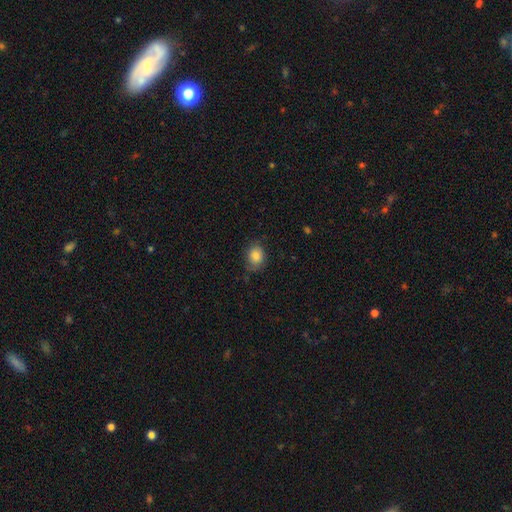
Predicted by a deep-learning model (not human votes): Smooth or featured?
  - smooth: 83% *
  - featured or disk: 9%
  - star or artifact: 8%
How rounded?
  - in between: 52% *
  - round: 47%
  - cigar-shaped: 1%
Merging?
  - none: 72% *
  - minor disturbance: 21%
  - major disturbance: 5%
  - merger: 1%